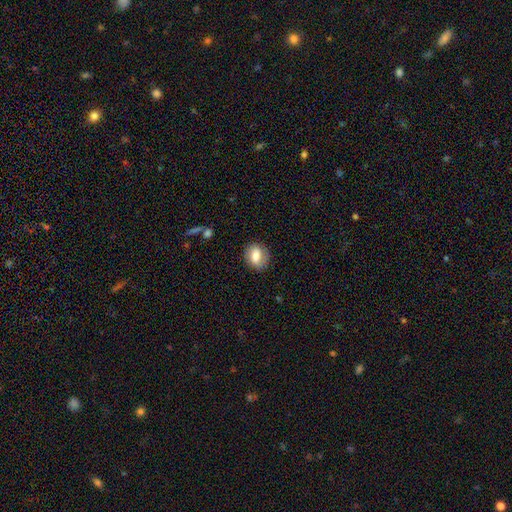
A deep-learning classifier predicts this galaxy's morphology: Smooth or featured? Predicted: smooth (p=0.66). How rounded? Predicted: in between (p=0.57). Merging? Predicted: none (p=0.79).